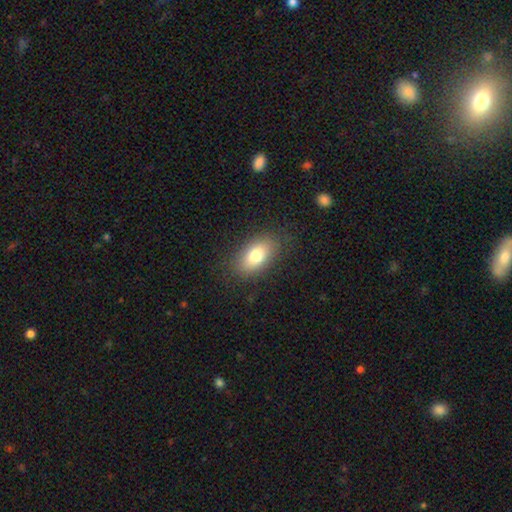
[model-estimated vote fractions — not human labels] Q: Smooth or featured?
A: smooth (78%); runner-up: featured or disk (14%)
Q: How rounded?
A: in between (90%); runner-up: round (7%)
Q: Merging?
A: none (84%); runner-up: minor disturbance (11%)